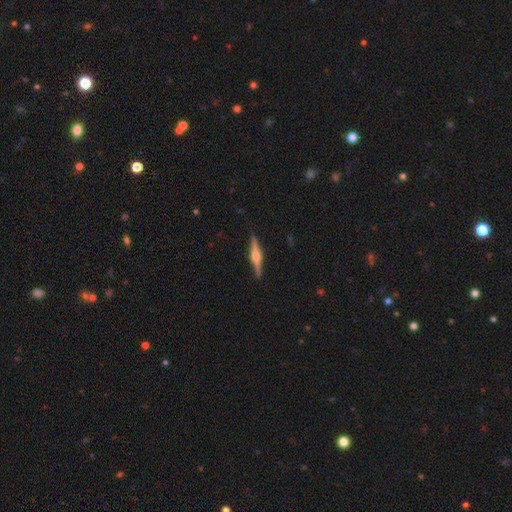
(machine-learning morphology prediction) Smooth or featured? Predicted: featured or disk (p=0.77). Edge-on disk? Predicted: yes (p=0.98). Edge-on bulge? Predicted: rounded (p=0.89). Merging? Predicted: none (p=0.90).